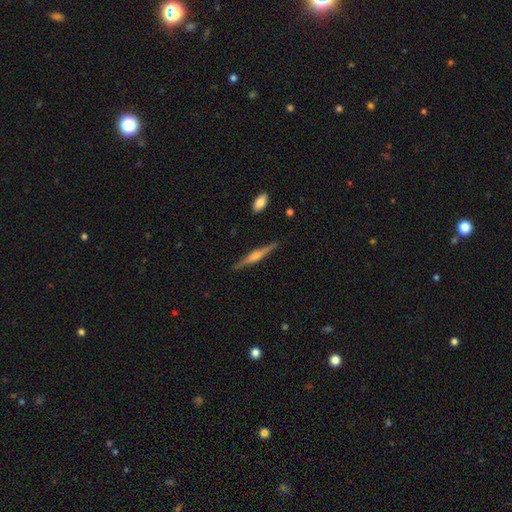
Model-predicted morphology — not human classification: Q: Smooth or featured?
A: featured or disk (73%); runner-up: smooth (21%)
Q: Edge-on disk?
A: yes (98%); runner-up: no (2%)
Q: Edge-on bulge?
A: rounded (77%); runner-up: boxy (15%)
Q: Merging?
A: none (89%); runner-up: minor disturbance (8%)